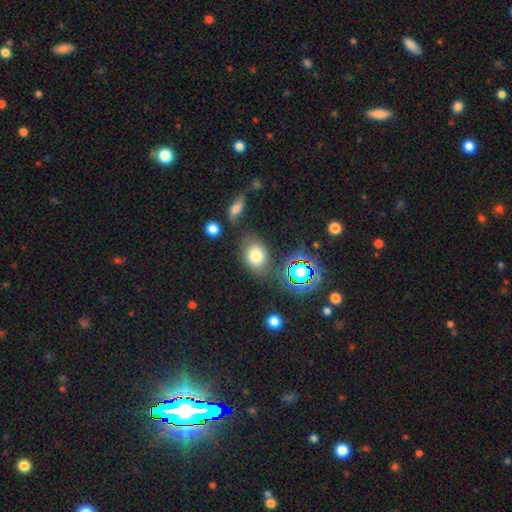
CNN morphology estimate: A smooth galaxy with no disk features (74%) that is in between round and cigar-shaped (64%). Merging: none (69%).